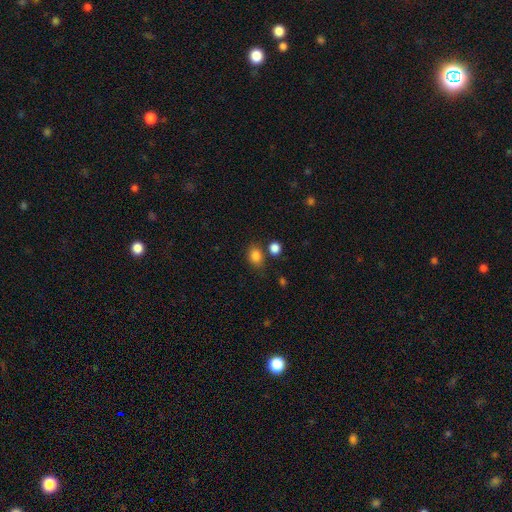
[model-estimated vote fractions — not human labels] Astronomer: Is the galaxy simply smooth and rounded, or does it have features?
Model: smooth — 84%.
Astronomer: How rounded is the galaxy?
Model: in between — 59% (runner-up: round, 40%).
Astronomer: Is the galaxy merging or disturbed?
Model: none — 72%.